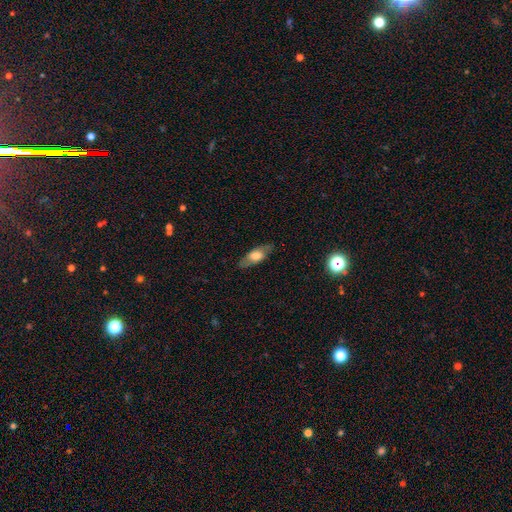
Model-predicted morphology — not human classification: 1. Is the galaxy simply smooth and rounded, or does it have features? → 55% smooth, 38% featured or disk, 7% star or artifact.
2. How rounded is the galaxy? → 72% in between, 24% cigar-shaped, 4% round.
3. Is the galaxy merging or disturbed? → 80% none, 15% minor disturbance, 5% major disturbance, 1% merger.